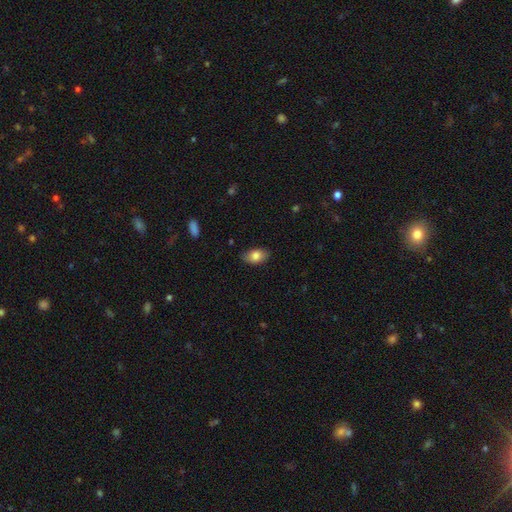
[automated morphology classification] Smooth or featured: smooth — 81% (featured or disk — 12%)
How rounded: in between — 90% (round — 8%)
Merging: none — 83% (minor disturbance — 13%)